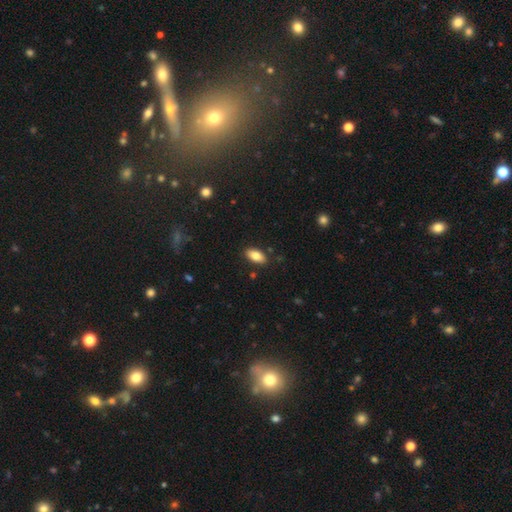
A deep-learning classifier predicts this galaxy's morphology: This is clearly a smooth galaxy (83%). How rounded: clearly in between (92%). Merging: clearly none (87%).